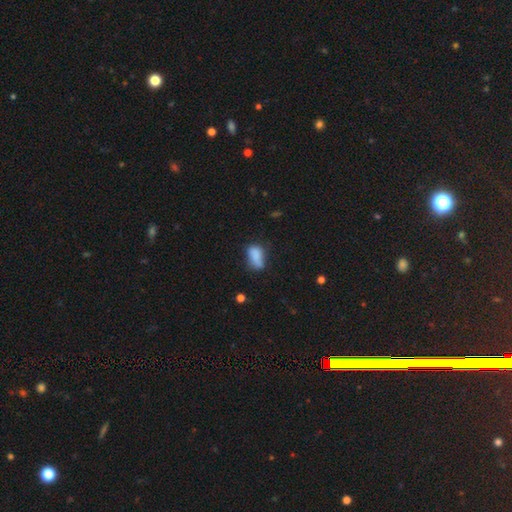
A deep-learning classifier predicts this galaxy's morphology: smooth_or_featured: smooth (p=0.79) [alt: featured or disk p=0.11]
how_rounded: in between (p=0.87) [alt: round p=0.08]
merging: none (p=0.42) [alt: minor disturbance p=0.35]